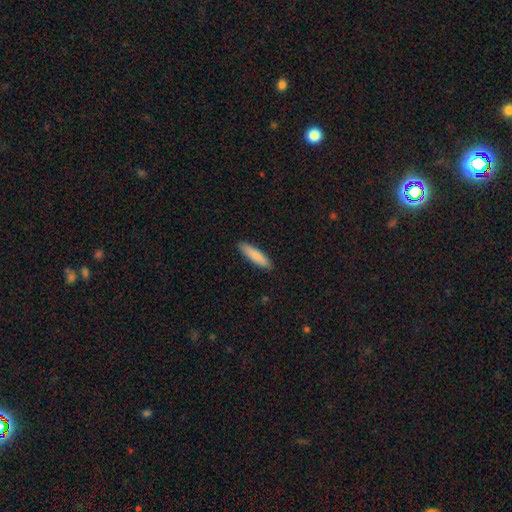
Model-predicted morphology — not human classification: smooth 85%, featured or disk 10%, star or artifact 5%. Down the decision tree: how rounded — cigar-shaped (74%); merging — none (89%).